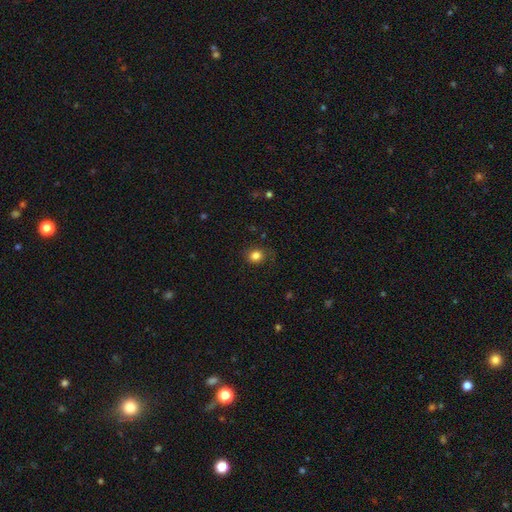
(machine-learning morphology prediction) smooth 82%, star or artifact 12%, featured or disk 6%. Down the decision tree: how rounded — round (74%); merging — none (76%).